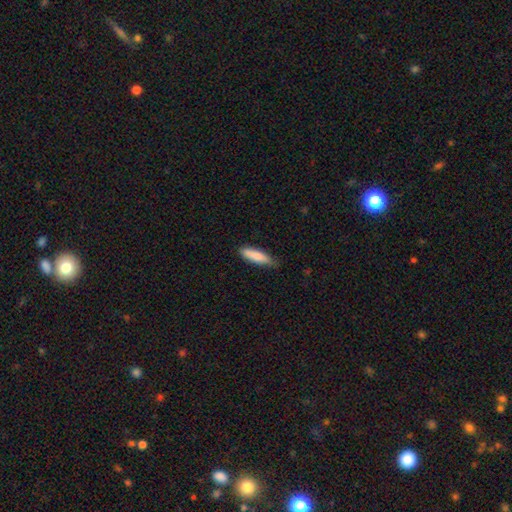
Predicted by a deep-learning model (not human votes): A smooth galaxy with no disk features (84%) that is cigar-shaped (65%).

Vote fractions:
- Smooth or featured? smooth: 84% / featured or disk: 10% / star or artifact: 6%
- How rounded? cigar-shaped: 65% / in between: 34% / round: 2%
- Merging? none: 74% / minor disturbance: 22% / major disturbance: 3% / merger: 1%